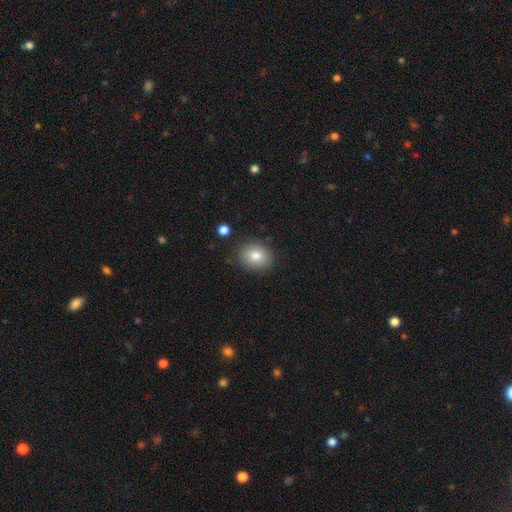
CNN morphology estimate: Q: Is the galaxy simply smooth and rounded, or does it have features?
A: smooth — 82%.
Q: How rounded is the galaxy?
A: round — 58%.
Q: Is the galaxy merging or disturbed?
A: none — 85%.